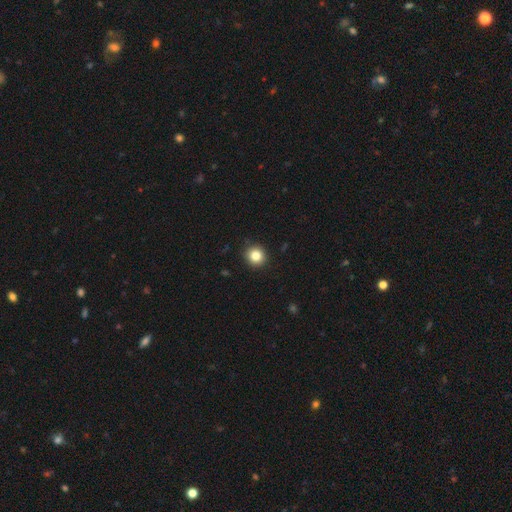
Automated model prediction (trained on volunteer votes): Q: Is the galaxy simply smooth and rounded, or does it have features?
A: smooth — 84%.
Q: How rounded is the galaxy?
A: round — 91%.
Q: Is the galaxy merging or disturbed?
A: none — 91%.